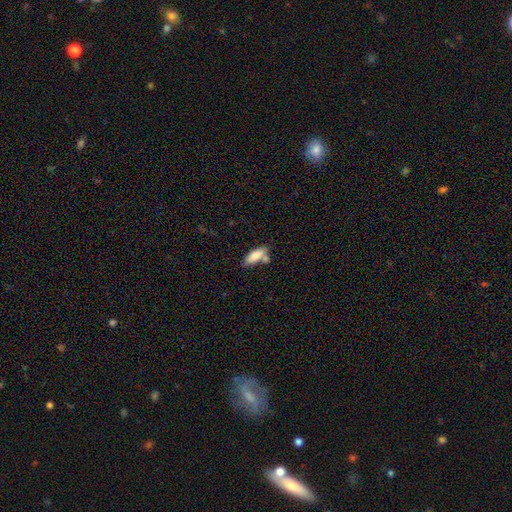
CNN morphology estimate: Smooth or featured? Predicted: smooth (p=0.83). How rounded? Predicted: in between (p=0.70). Merging? Predicted: none (p=0.51).